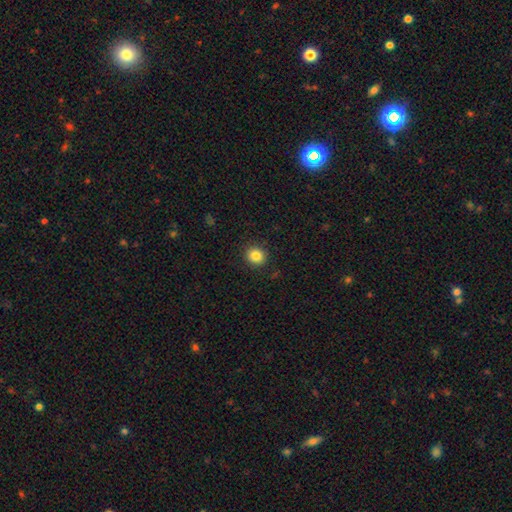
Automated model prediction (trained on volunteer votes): Smooth or featured? Predicted: smooth (p=0.85). How rounded? Predicted: round (p=0.86). Merging? Predicted: none (p=0.90).